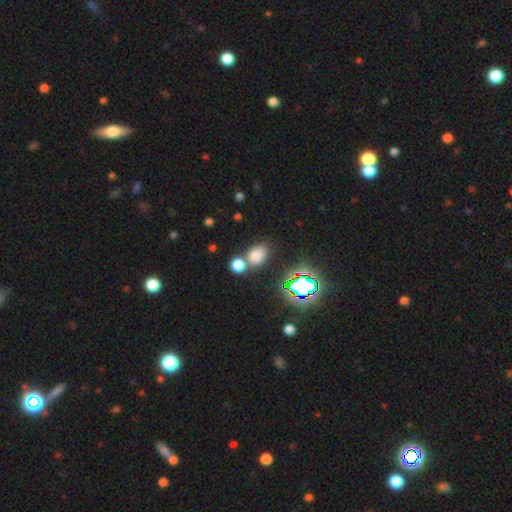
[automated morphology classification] This appears to be a smooth galaxy with no disk features (72%) that is in between round and cigar-shaped (69%). Merging: none (59%).